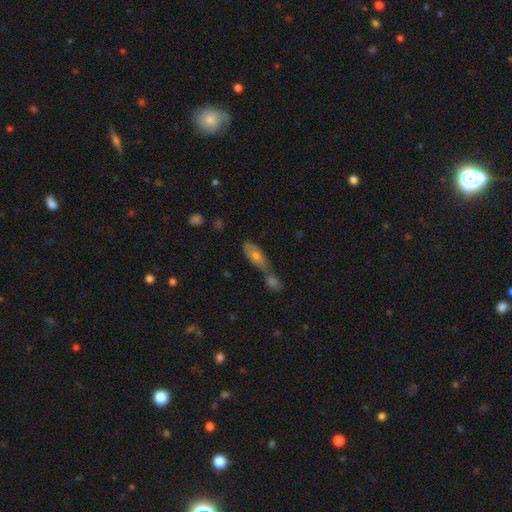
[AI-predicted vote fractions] smooth 59%, featured or disk 30%, star or artifact 11%. Down the decision tree: how rounded — in between (65%); merging — merger (55%).